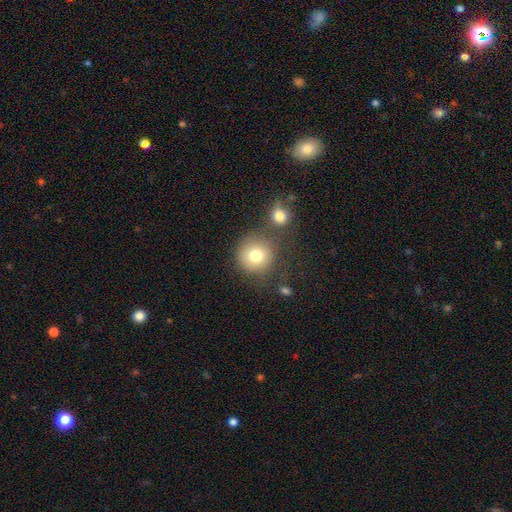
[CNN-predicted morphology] A smooth galaxy with no disk features (79%) that is round (91%).

Vote fractions:
- Smooth or featured? smooth: 79% / star or artifact: 11% / featured or disk: 11%
- How rounded? round: 91% / in between: 8% / cigar-shaped: 1%
- Merging? none: 63% / merger: 20% / minor disturbance: 11% / major disturbance: 6%